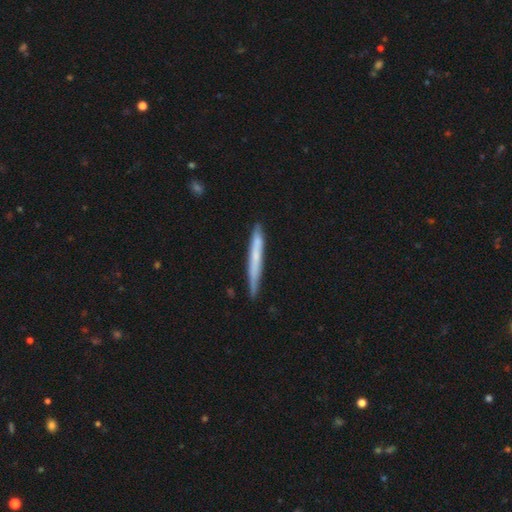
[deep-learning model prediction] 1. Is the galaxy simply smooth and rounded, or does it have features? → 56% smooth, 38% featured or disk, 6% star or artifact.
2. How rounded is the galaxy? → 97% cigar-shaped, 2% in between, 1% round.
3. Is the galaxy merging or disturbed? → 82% none, 14% minor disturbance, 2% major disturbance, 2% merger.